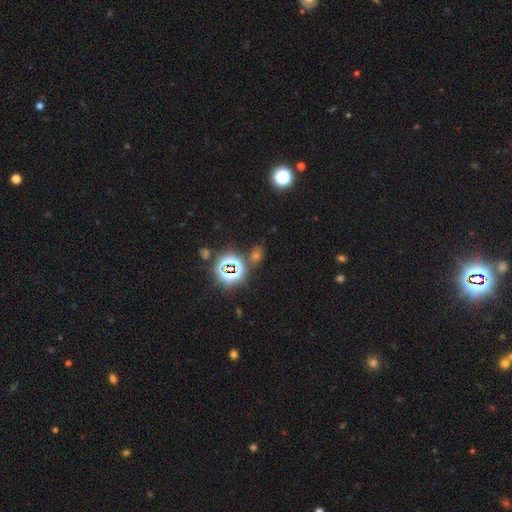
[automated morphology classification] Q: Smooth or featured?
A: star or artifact (63%); runner-up: smooth (29%)